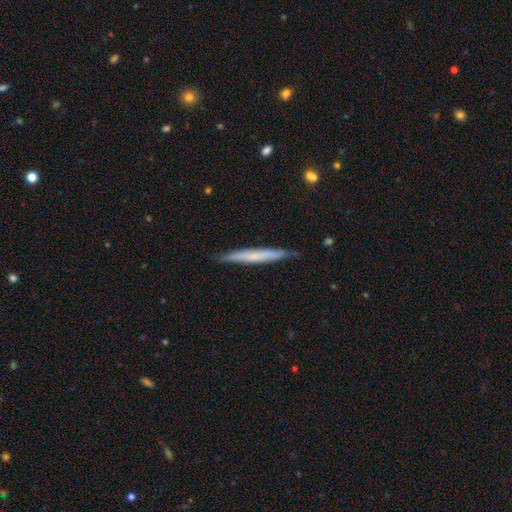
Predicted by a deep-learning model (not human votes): smooth 56%, featured or disk 38%, star or artifact 5%. Down the decision tree: how rounded — cigar-shaped (97%); merging — none (87%).